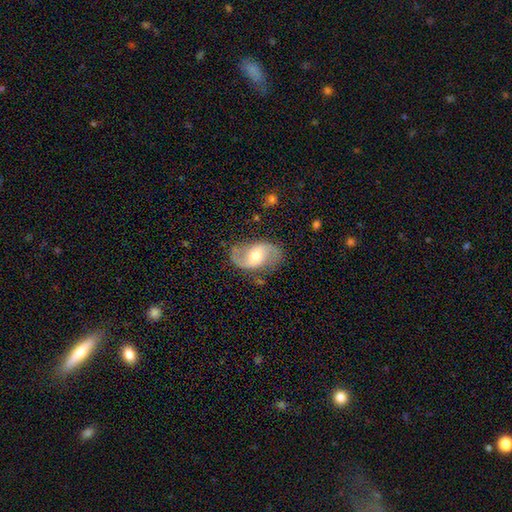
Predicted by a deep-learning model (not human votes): This is clearly a featured or disk galaxy (84%). It is clearly not viewed edge-on (97%). Bar: marginally weak (43%). Spiral arm pattern: clearly yes (94%). Spiral arm count: clearly 2 (92%). Spiral winding: possibly loose (52%). Central bulge: likely moderate (66%). Merging: likely none (78%).